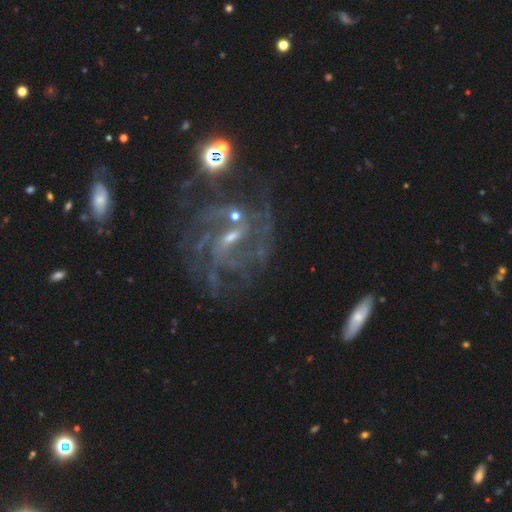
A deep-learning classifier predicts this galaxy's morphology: Overall: featured or disk (84%). Edge-on disk: no (96%). Bar: weak (48%; strong 29%). Spiral arms: yes (94%). Spiral arm count: can't tell (27%; 2 21%). Spiral winding: tight (45%; medium 42%). Bulge size: small (65%). Merging: none (68%).